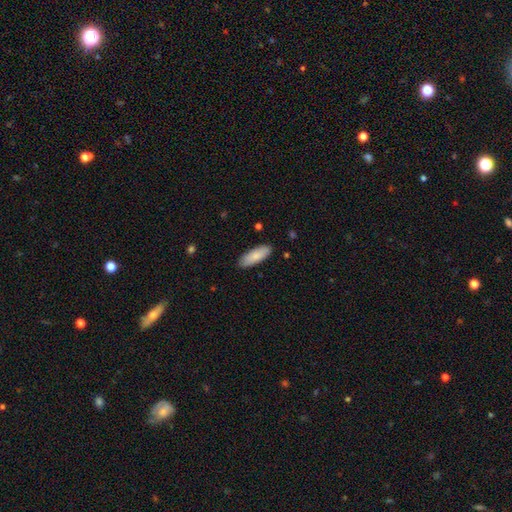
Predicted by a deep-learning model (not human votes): A smooth galaxy with no disk features (84%) that is in between round and cigar-shaped (69%). Merging: none (87%).